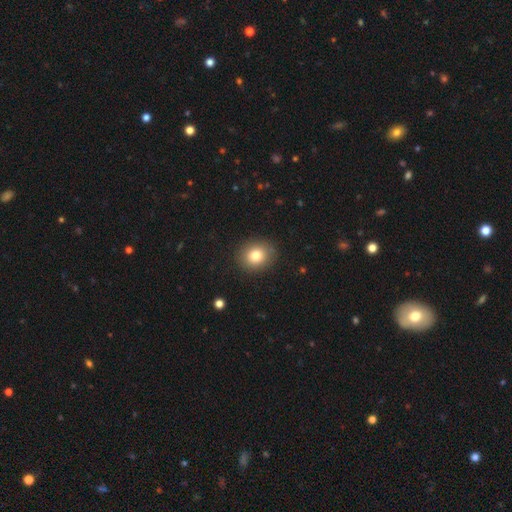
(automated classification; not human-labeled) smooth 80%, star or artifact 11%, featured or disk 9%. Down the decision tree: how rounded — round (75%); merging — none (89%).